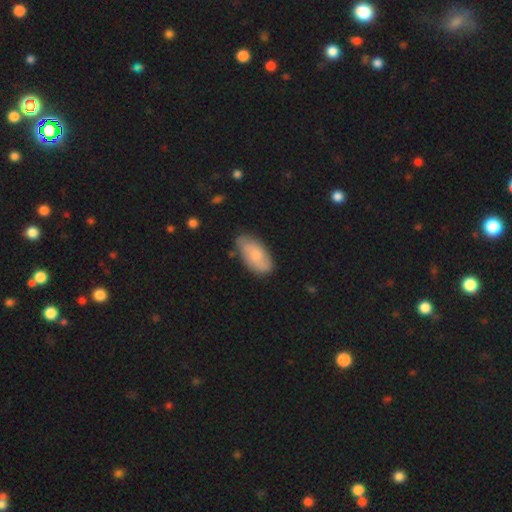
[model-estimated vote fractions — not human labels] Smooth or featured?
  - smooth: 56% *
  - featured or disk: 38%
  - star or artifact: 6%
How rounded?
  - in between: 92% *
  - cigar-shaped: 5%
  - round: 3%
Merging?
  - none: 72% *
  - minor disturbance: 21%
  - major disturbance: 4%
  - merger: 3%